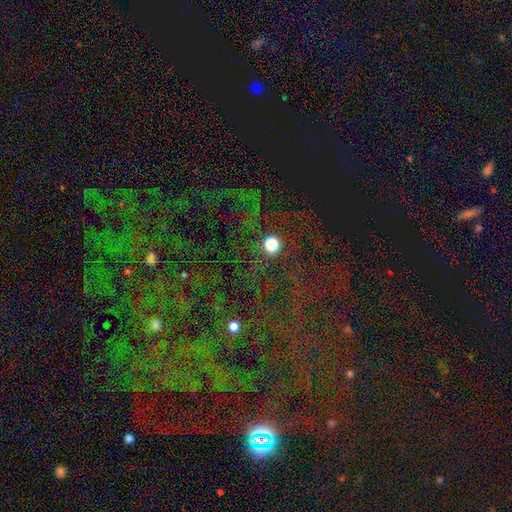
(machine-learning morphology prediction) This is likely a star or artifact rather than a galaxy (76%).